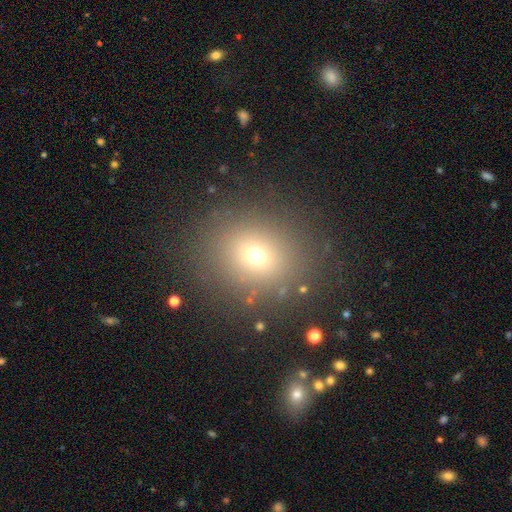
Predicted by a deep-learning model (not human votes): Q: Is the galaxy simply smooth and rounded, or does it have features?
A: smooth — 67%.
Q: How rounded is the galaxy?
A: round — 78%.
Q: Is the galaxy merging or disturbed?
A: none — 86%.